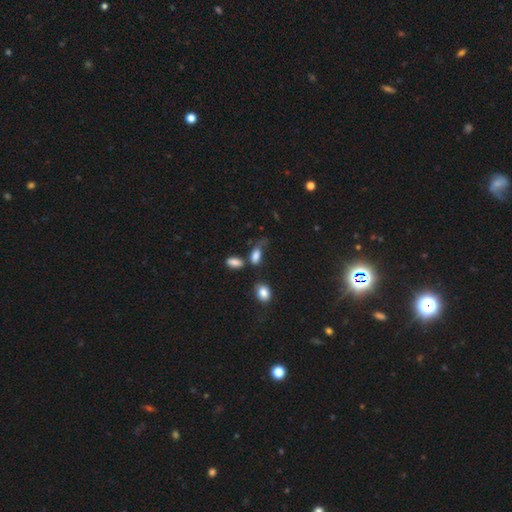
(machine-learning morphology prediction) Smooth or featured?
  - smooth: 80% *
  - star or artifact: 11%
  - featured or disk: 9%
How rounded?
  - in between: 82% *
  - cigar-shaped: 11%
  - round: 7%
Merging?
  - none: 39% *
  - minor disturbance: 26%
  - major disturbance: 21%
  - merger: 15%